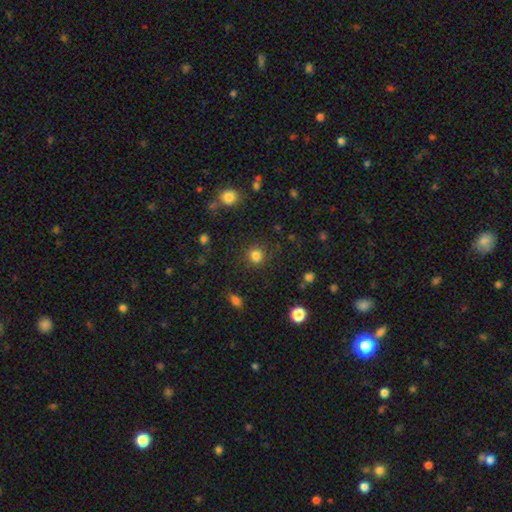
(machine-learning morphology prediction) Smooth or featured? smooth (82%)
How rounded? round (92%)
Merging? none (89%)